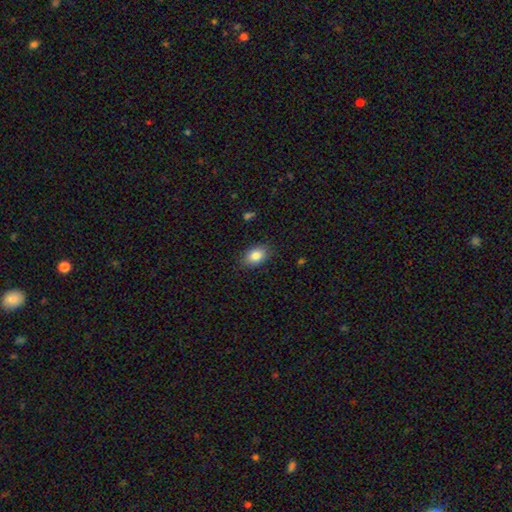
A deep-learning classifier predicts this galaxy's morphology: A smooth galaxy with no disk features (85%) that is in between round and cigar-shaped (85%).

Vote fractions:
- Smooth or featured? smooth: 85% / star or artifact: 8% / featured or disk: 7%
- How rounded? in between: 85% / round: 13% / cigar-shaped: 1%
- Merging? none: 86% / minor disturbance: 11% / major disturbance: 3% / merger: 1%